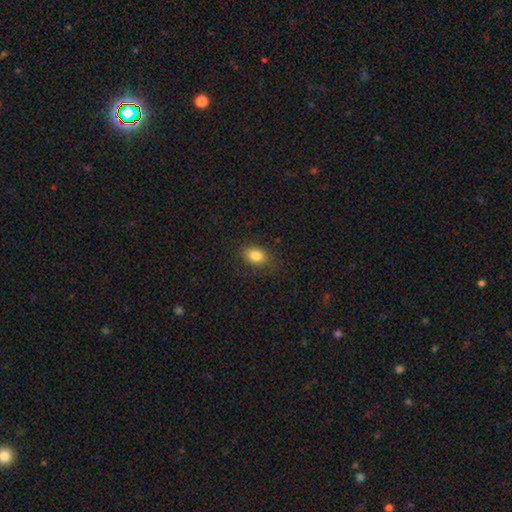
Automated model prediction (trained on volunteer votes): Q: Smooth or featured?
A: smooth (83%); runner-up: star or artifact (10%)
Q: How rounded?
A: in between (75%); runner-up: round (23%)
Q: Merging?
A: none (81%); runner-up: minor disturbance (14%)